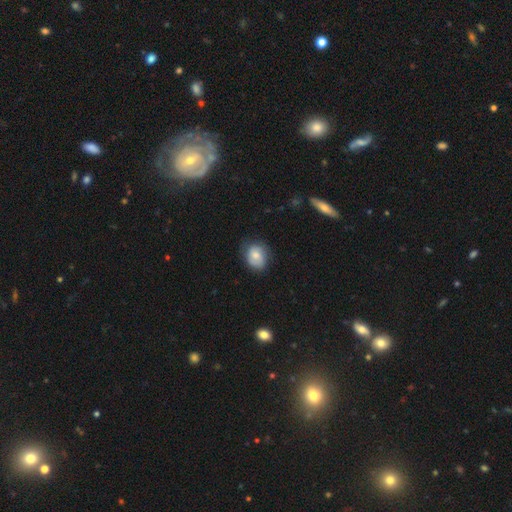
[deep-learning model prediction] A smooth galaxy with no disk features (64%) that is round (56%). Merging: none (69%).